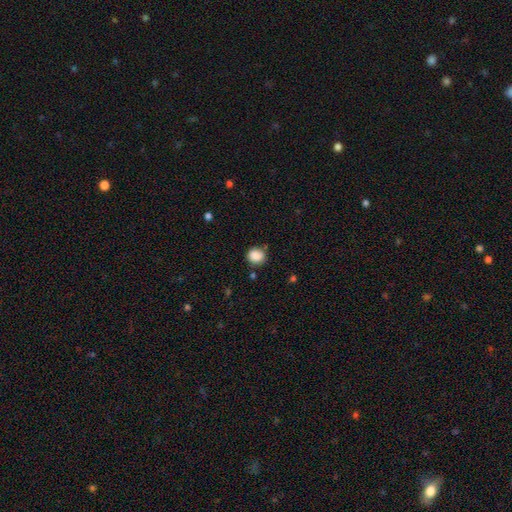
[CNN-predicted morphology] Q: Smooth or featured?
A: smooth (86%); runner-up: star or artifact (9%)
Q: How rounded?
A: round (82%); runner-up: in between (18%)
Q: Merging?
A: none (79%); runner-up: minor disturbance (13%)